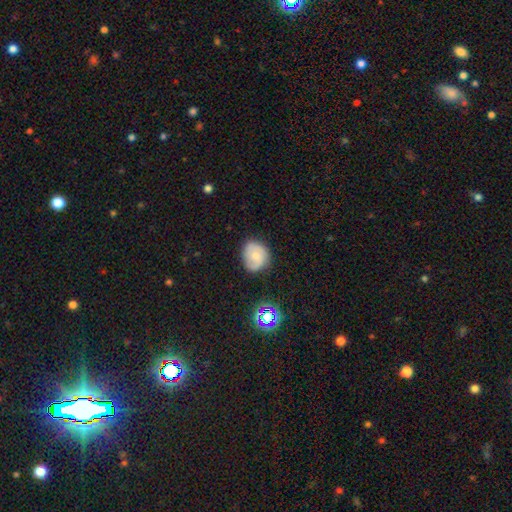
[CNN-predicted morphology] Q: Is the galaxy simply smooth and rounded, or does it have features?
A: smooth — 48%.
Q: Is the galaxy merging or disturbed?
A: none — 69%.